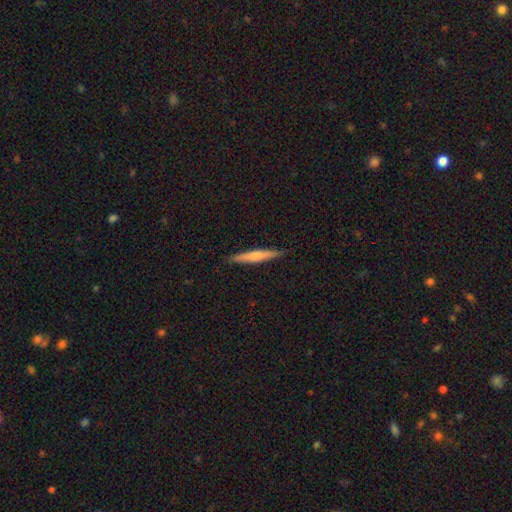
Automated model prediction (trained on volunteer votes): Smooth or featured? smooth (59%)
How rounded? cigar-shaped (94%)
Merging? none (89%)